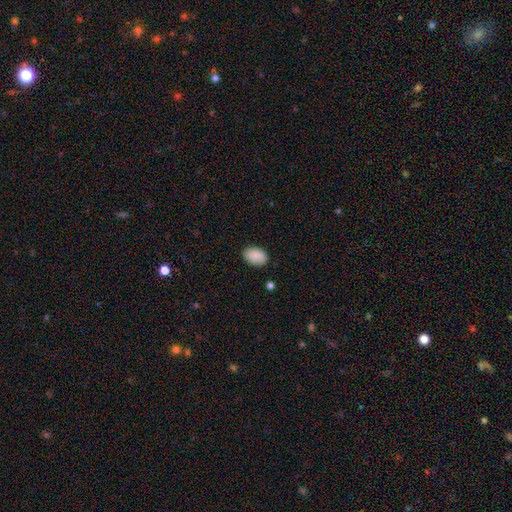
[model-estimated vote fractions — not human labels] Smooth or featured? Predicted: smooth (p=0.89). How rounded? Predicted: in between (p=0.88). Merging? Predicted: none (p=0.86).